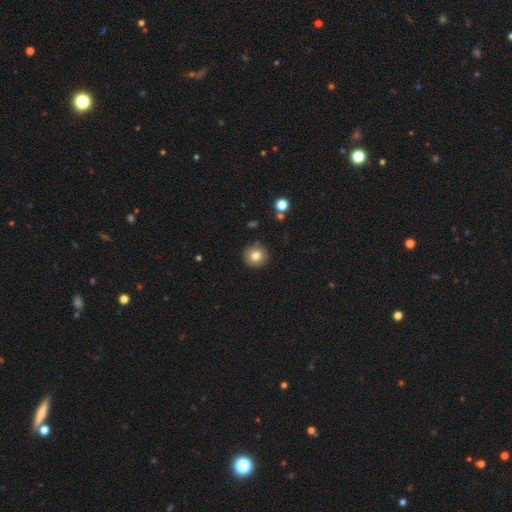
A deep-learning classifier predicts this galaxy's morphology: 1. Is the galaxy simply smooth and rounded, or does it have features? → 79% smooth, 11% featured or disk, 10% star or artifact.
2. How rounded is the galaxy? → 94% round, 5% in between, 1% cigar-shaped.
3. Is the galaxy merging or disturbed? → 90% none, 7% minor disturbance, 2% major disturbance, 2% merger.